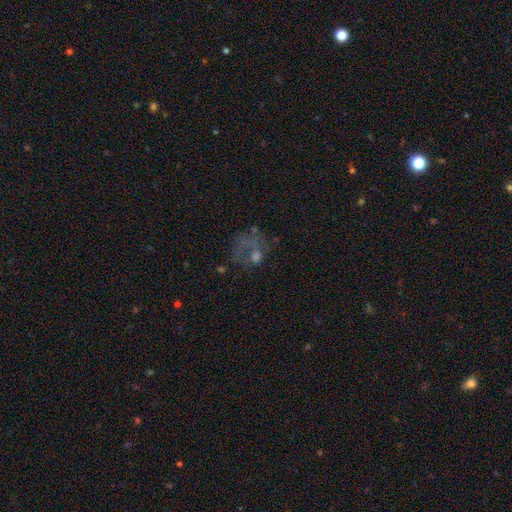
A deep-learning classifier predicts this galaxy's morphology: Smooth or featured? featured or disk (45%)
Merging? major disturbance (46%)